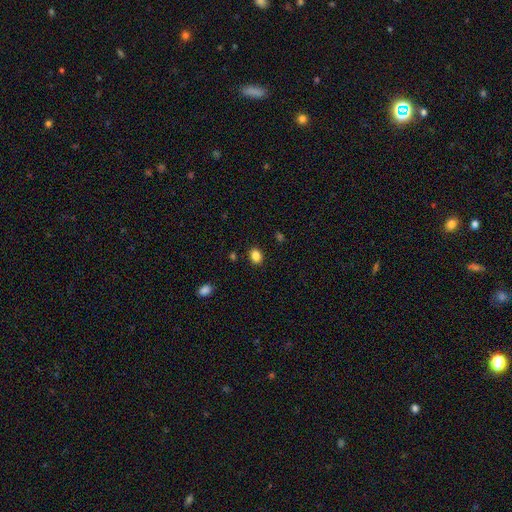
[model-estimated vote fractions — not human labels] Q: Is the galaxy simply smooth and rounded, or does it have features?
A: smooth — 85%.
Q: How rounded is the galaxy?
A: in between — 58%.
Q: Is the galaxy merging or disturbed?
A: none — 88%.